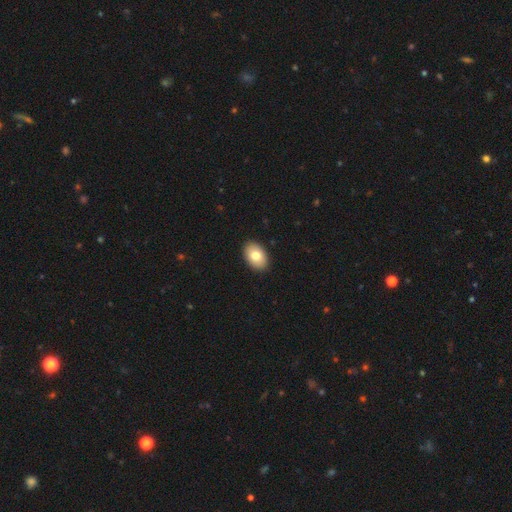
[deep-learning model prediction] Smooth or featured? Predicted: smooth (p=0.79). How rounded? Predicted: in between (p=0.87). Merging? Predicted: none (p=0.91).